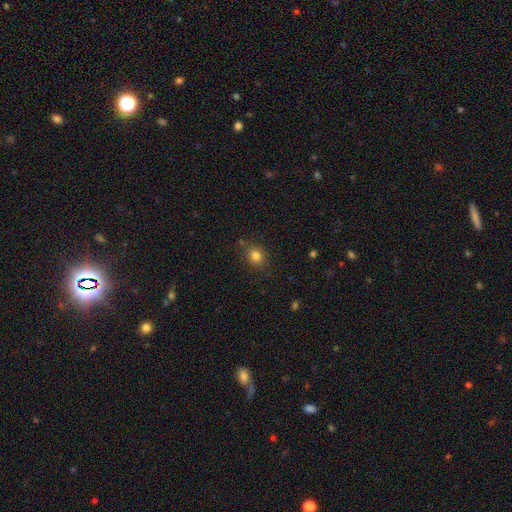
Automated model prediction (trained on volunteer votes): Morphology: type=smooth (81%); roundness=round (64%); merging=none (79%).